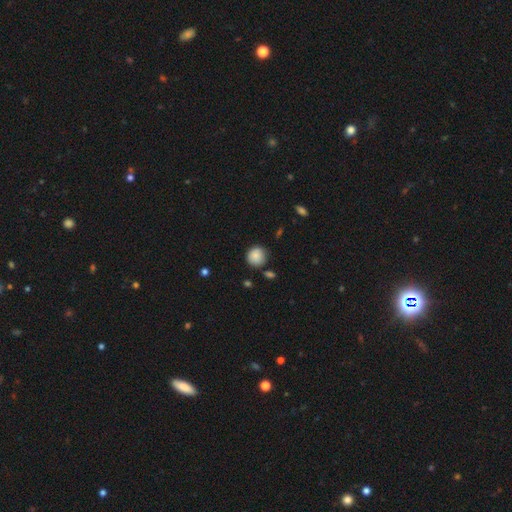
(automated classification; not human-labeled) smooth 86%, star or artifact 8%, featured or disk 6%. Down the decision tree: how rounded — round (90%); merging — none (77%).